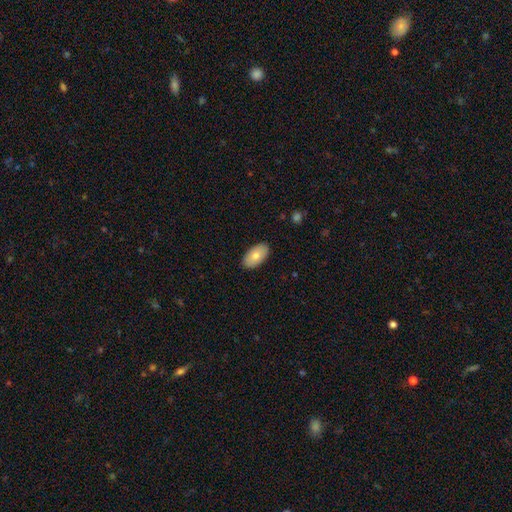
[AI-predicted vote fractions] The model was most divided on "smooth or featured": smooth: 76%, featured or disk: 18%, star or artifact: 6%. More confident: how rounded — in between (95%); merging — none (88%).